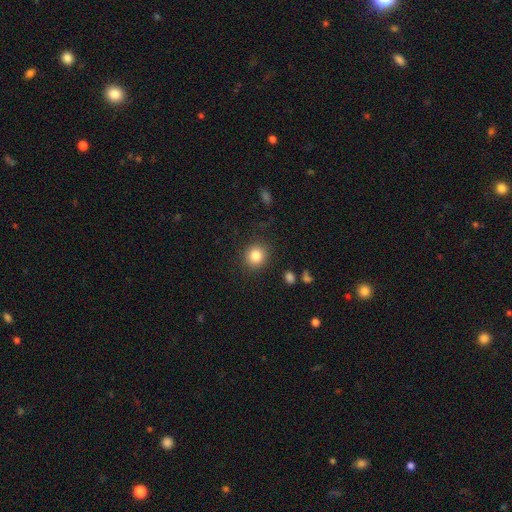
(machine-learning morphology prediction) A smooth galaxy with no disk features (83%) that is round (85%). Merging: none (88%).